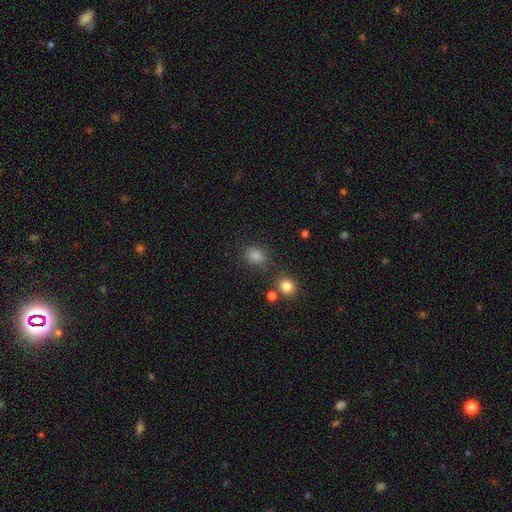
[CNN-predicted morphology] Q: Smooth or featured?
A: smooth (79%); runner-up: star or artifact (15%)
Q: How rounded?
A: round (52%); runner-up: in between (47%)
Q: Merging?
A: none (76%); runner-up: minor disturbance (12%)